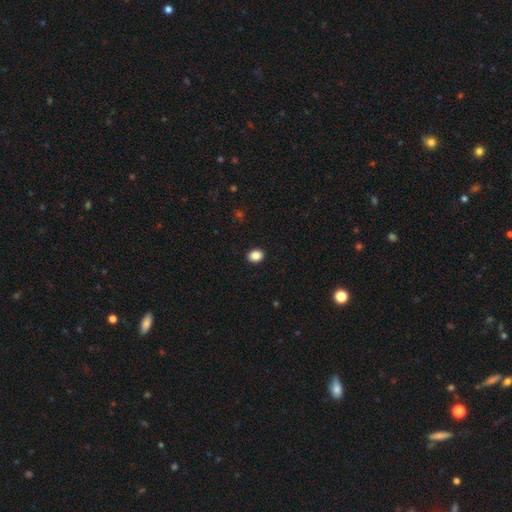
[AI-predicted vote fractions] A smooth galaxy with no disk features (88%) that is in between round and cigar-shaped (50%).

Vote fractions:
- Smooth or featured? smooth: 88% / star or artifact: 9% / featured or disk: 3%
- How rounded? in between: 50% / round: 49% / cigar-shaped: 1%
- Merging? none: 92% / minor disturbance: 6% / major disturbance: 2% / merger: 1%